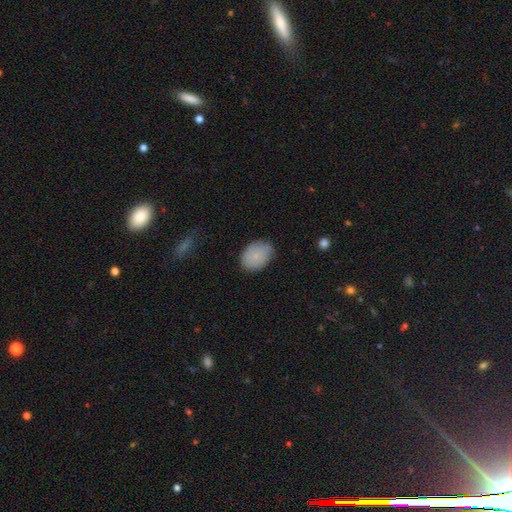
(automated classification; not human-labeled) Smooth or featured? smooth (82%)
How rounded? in between (76%)
Merging? none (77%)